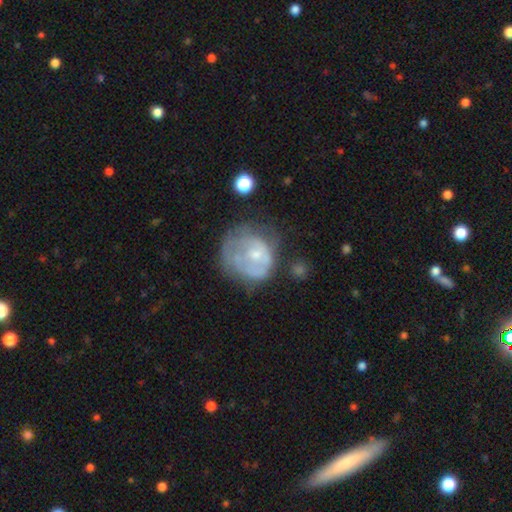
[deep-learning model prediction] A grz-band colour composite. It shows a featured or disk galaxy (57%) with no bar (80%), no spiral arms (55%) and a small central bulge (58%). Merging: none (37%).